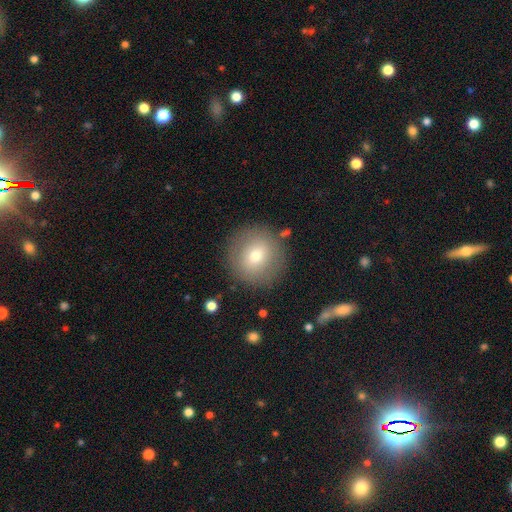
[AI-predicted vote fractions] smooth 71%, featured or disk 19%, star or artifact 10%. Down the decision tree: how rounded — round (94%); merging — none (87%).